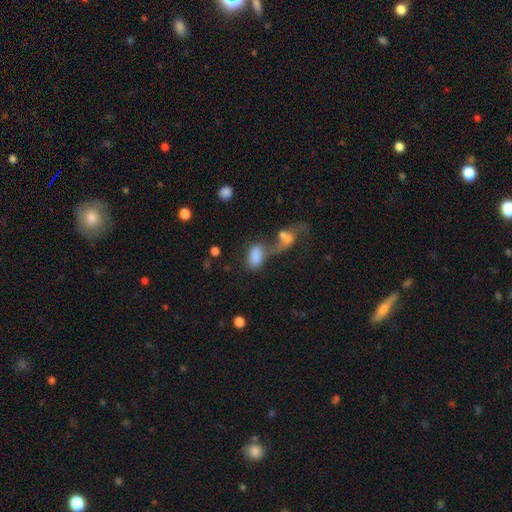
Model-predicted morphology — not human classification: Smooth or featured? smooth (77%)
How rounded? in between (91%)
Merging? merger (47%)